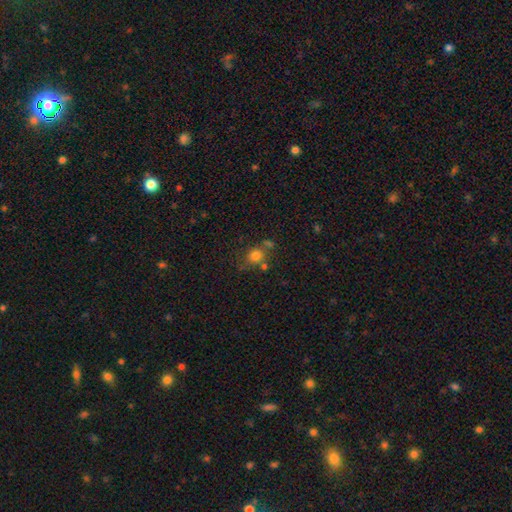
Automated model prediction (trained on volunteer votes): A smooth galaxy with no disk features (74%) that is round (73%). Merging: none (55%).